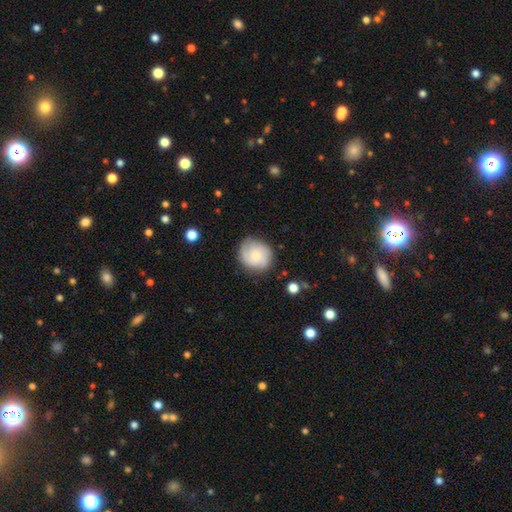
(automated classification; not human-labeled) A featured or disk galaxy (54%) with no bar (71%), spiral arms (92%) and a small central bulge (56%). Merging: none (80%).